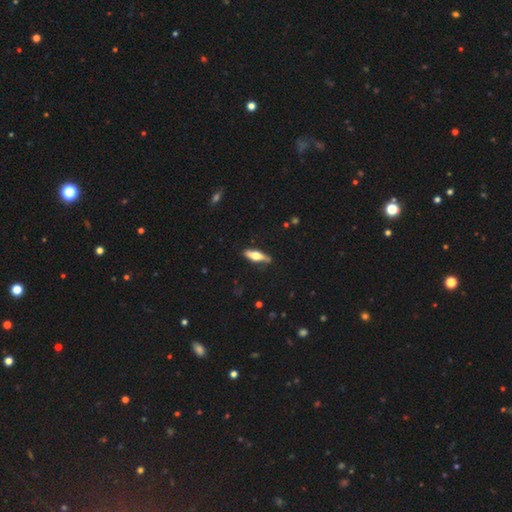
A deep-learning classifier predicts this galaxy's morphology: Smooth or featured?
  - smooth: 48% *
  - featured or disk: 46%
  - star or artifact: 5%
Merging?
  - none: 81% *
  - minor disturbance: 14%
  - major disturbance: 3%
  - merger: 2%